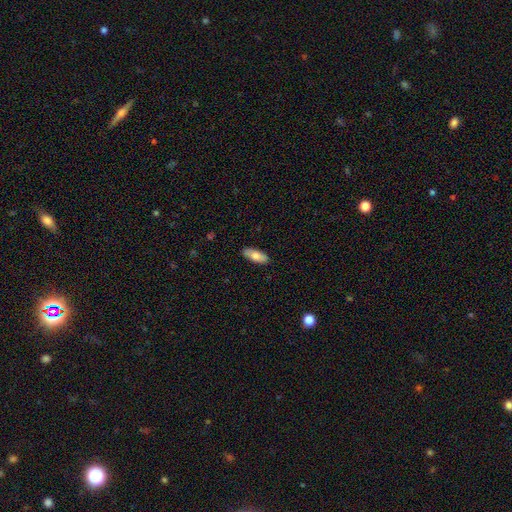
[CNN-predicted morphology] smooth_or_featured: smooth (p=0.76) [alt: featured or disk p=0.19]
how_rounded: in between (p=0.82) [alt: cigar-shaped p=0.16]
merging: none (p=0.88) [alt: minor disturbance p=0.09]